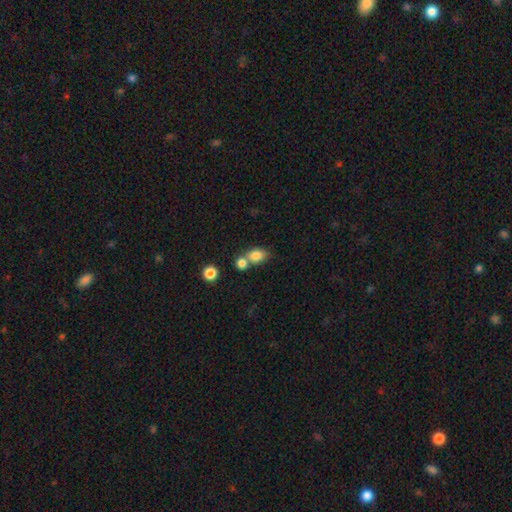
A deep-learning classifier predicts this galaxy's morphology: Smooth or featured? Predicted: smooth (p=0.81). How rounded? Predicted: in between (p=0.62). Merging? Predicted: merger (p=0.46).